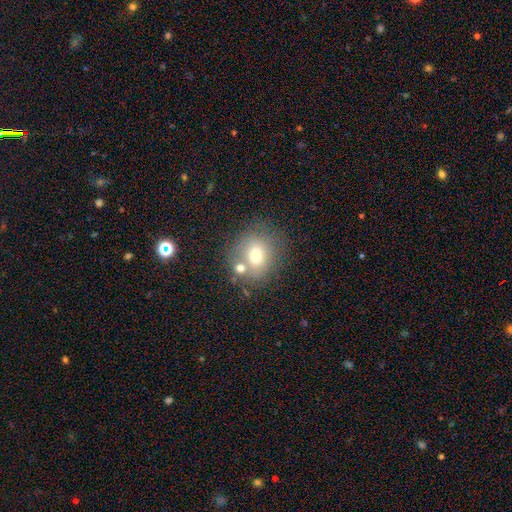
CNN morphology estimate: The model was most divided on "how rounded": round: 70%, in between: 29%, cigar-shaped: 1%. More confident: smooth or featured — smooth (67%); merging — none (65%).